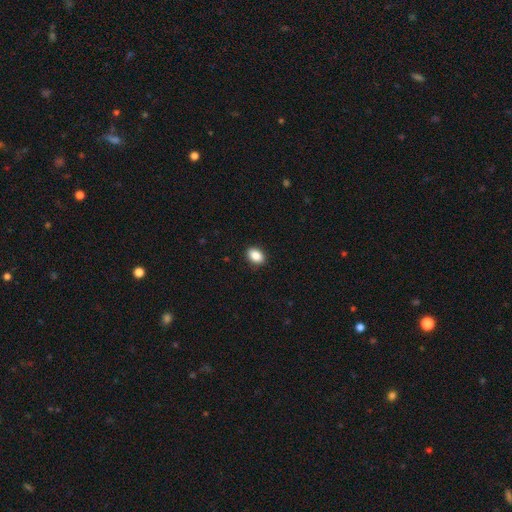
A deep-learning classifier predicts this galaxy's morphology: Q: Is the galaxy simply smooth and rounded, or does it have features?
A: smooth — 88%.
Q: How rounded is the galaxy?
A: in between — 80%.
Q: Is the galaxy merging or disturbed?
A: none — 90%.